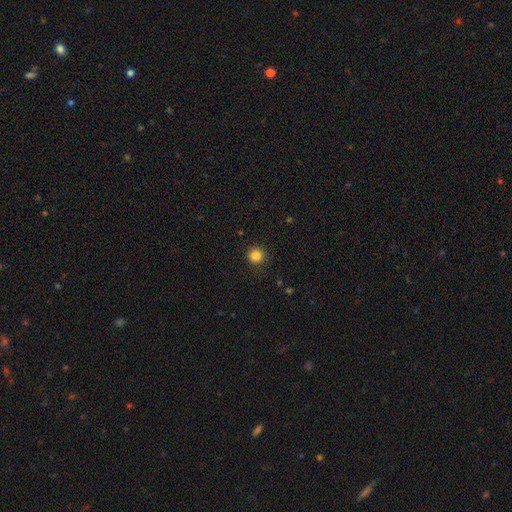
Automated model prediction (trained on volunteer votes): smooth_or_featured: smooth (p=0.85) [alt: star or artifact p=0.11]
how_rounded: round (p=0.94) [alt: in between p=0.05]
merging: none (p=0.91) [alt: minor disturbance p=0.06]